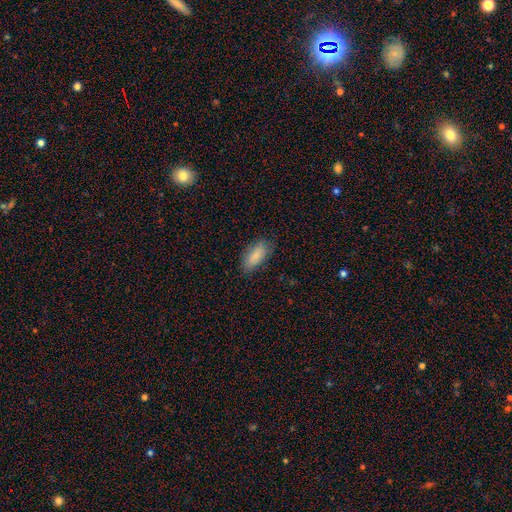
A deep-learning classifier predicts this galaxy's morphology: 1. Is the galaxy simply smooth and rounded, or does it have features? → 84% smooth, 9% featured or disk, 7% star or artifact.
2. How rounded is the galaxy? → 84% in between, 14% cigar-shaped, 2% round.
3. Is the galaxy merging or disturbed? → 80% none, 16% minor disturbance, 4% major disturbance, 1% merger.